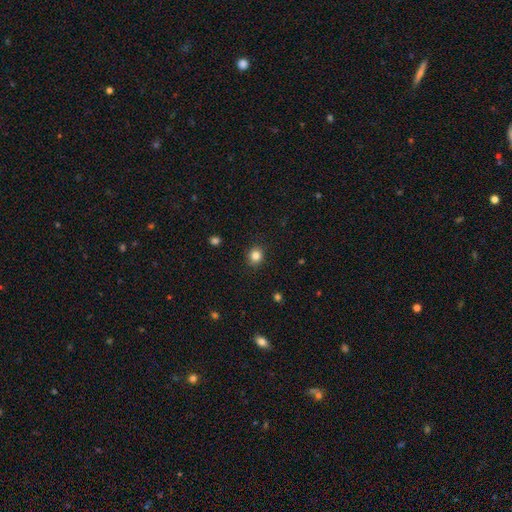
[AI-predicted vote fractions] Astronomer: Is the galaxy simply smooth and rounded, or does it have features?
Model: smooth — 84%.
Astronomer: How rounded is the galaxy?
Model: round — 81%.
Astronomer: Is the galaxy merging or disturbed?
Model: none — 90%.